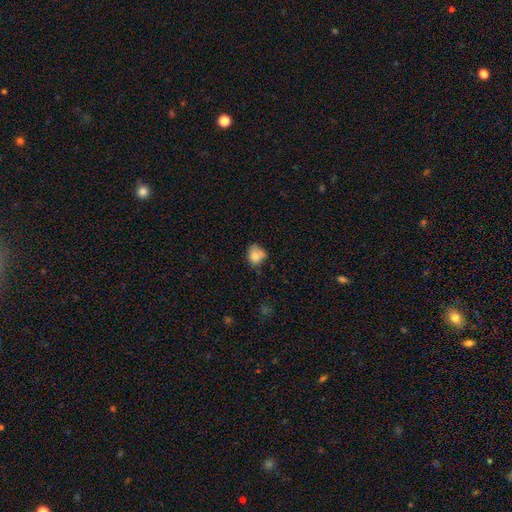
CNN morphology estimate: type=smooth (78%); roundness=round (64%); merging=none (48%).